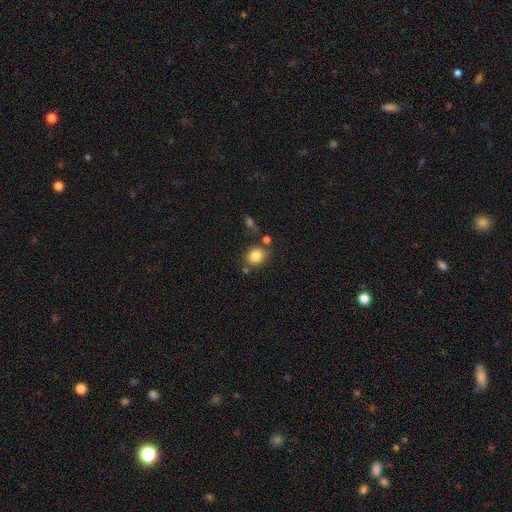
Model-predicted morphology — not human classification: Smooth or featured: smooth — 83% (star or artifact — 10%)
How rounded: round — 62% (in between — 37%)
Merging: none — 69% (minor disturbance — 14%)